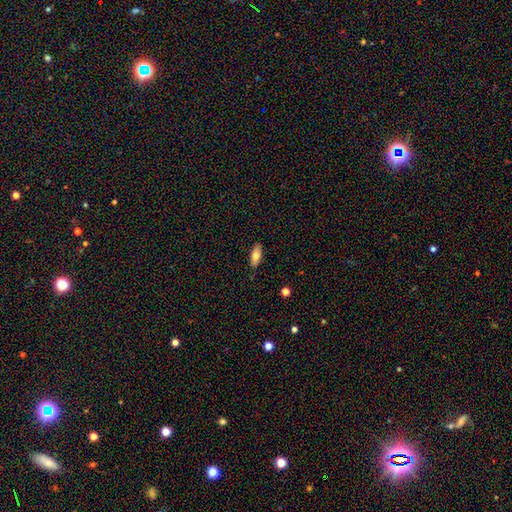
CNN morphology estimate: Overall: smooth (77%). How rounded: in between (79%). Merging: none (87%).